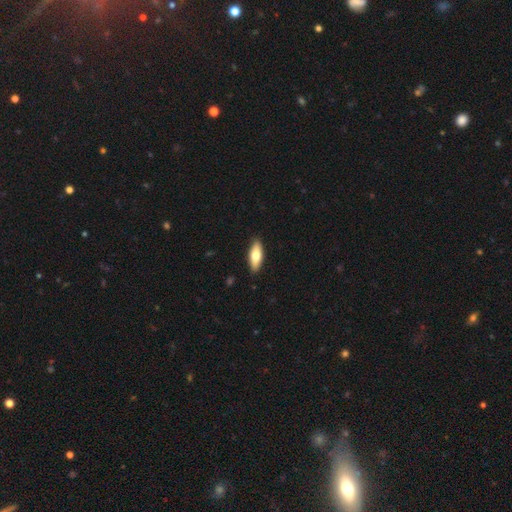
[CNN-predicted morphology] smooth_or_featured: smooth (p=0.71) [alt: featured or disk p=0.23]
how_rounded: in between (p=0.70) [alt: cigar-shaped p=0.28]
merging: none (p=0.90) [alt: minor disturbance p=0.08]